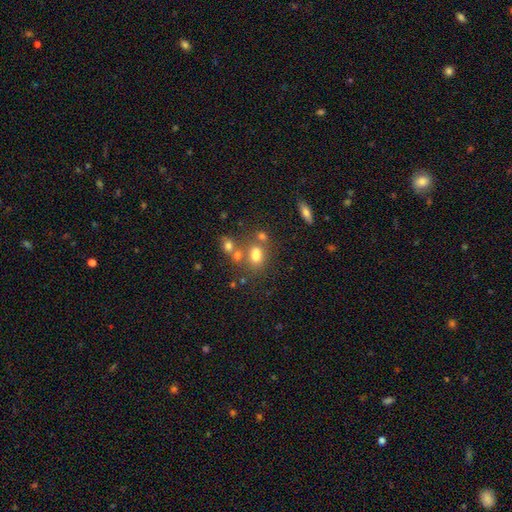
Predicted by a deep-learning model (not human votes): Smooth or featured?
  - smooth: 71% *
  - star or artifact: 15%
  - featured or disk: 14%
How rounded?
  - in between: 66% *
  - round: 32%
  - cigar-shaped: 2%
Merging?
  - none: 51% *
  - merger: 29%
  - minor disturbance: 14%
  - major disturbance: 6%